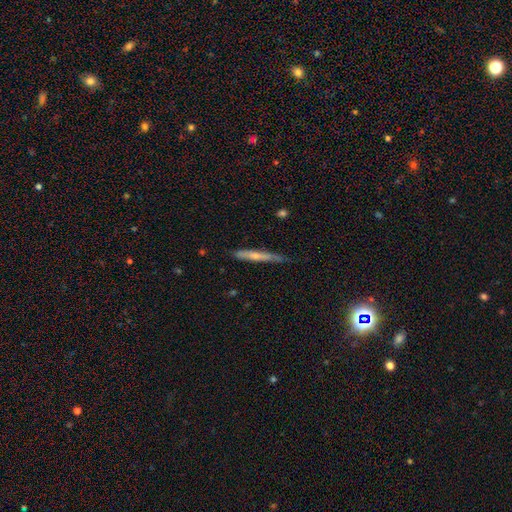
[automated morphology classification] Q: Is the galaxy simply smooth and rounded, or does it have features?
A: smooth — 52%.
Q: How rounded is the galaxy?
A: cigar-shaped — 94%.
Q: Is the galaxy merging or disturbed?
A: none — 69%.